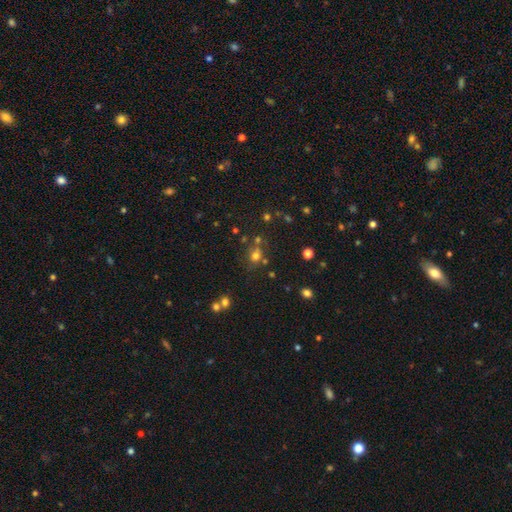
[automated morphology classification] smooth-or-featured: smooth: 63% | star or artifact: 26% | featured or disk: 11%
  how-rounded: round: 79% | in between: 20% | cigar-shaped: 1%
  merging: none: 61% | merger: 21% | minor disturbance: 13% | major disturbance: 6%